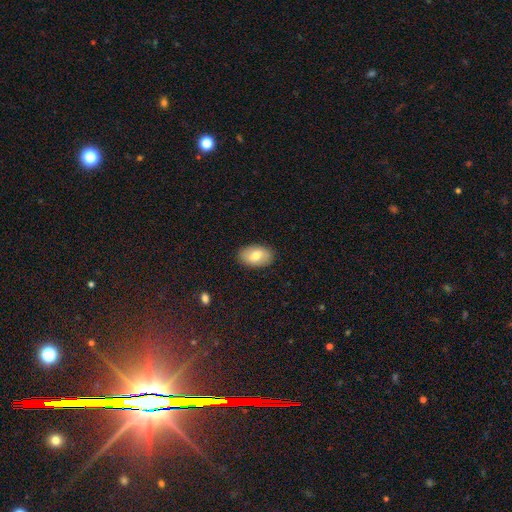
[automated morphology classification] A smooth galaxy with no disk features (72%) that is in between round and cigar-shaped (91%). Merging: none (88%).